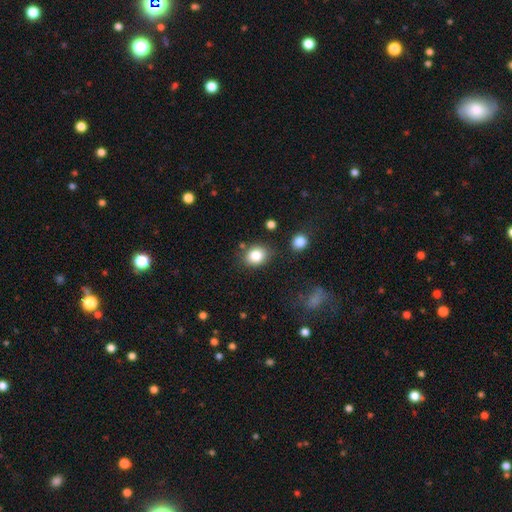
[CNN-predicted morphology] smooth 83%, star or artifact 10%, featured or disk 7%. Down the decision tree: how rounded — round (57%); merging — none (79%).